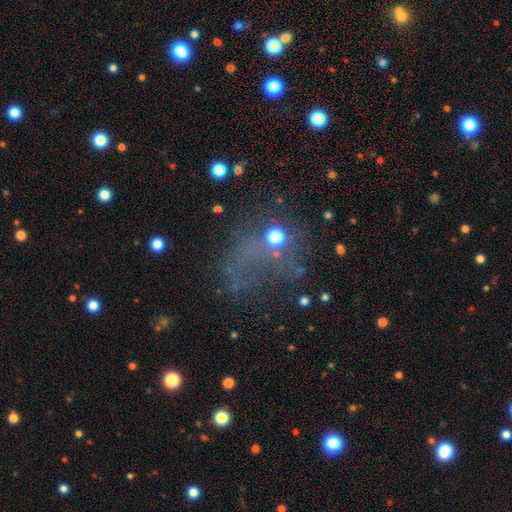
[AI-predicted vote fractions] Smooth or featured: smooth — 38% (star or artifact — 36%)
Merging: major disturbance — 42% (none — 33%)